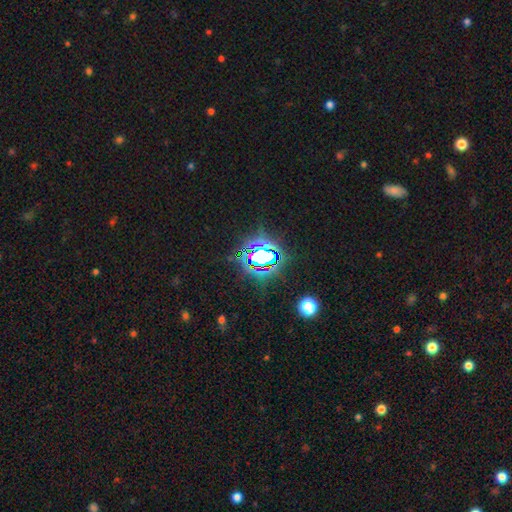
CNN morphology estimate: A star or artifact, not a galaxy (77%).

Vote fractions:
- Smooth or featured? star or artifact: 77% / smooth: 14% / featured or disk: 9%